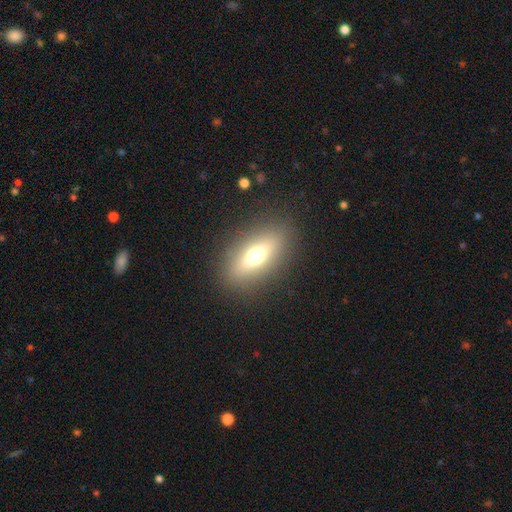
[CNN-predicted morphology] Q: Smooth or featured?
A: smooth (61%); runner-up: featured or disk (27%)
Q: How rounded?
A: in between (75%); runner-up: cigar-shaped (14%)
Q: Merging?
A: none (86%); runner-up: minor disturbance (8%)